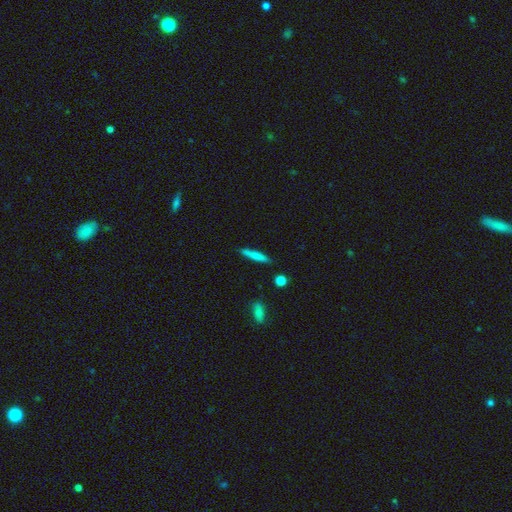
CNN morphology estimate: This is likely a smooth galaxy (75%). How rounded: clearly cigar-shaped (92%). Merging: clearly none (87%).